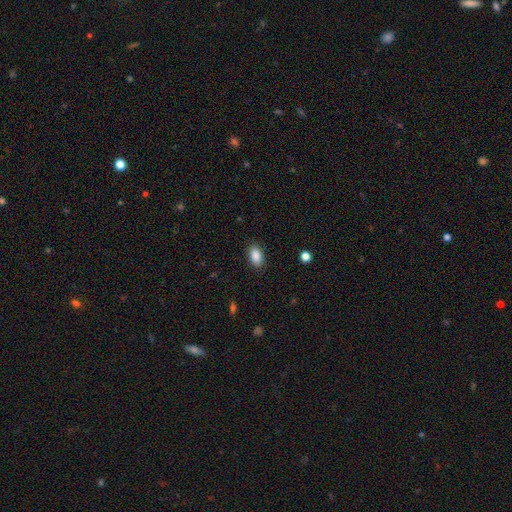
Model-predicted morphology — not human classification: A smooth galaxy with no disk features (89%) that is in between round and cigar-shaped (92%).

Vote fractions:
- Smooth or featured? smooth: 89% / star or artifact: 7% / featured or disk: 4%
- How rounded? in between: 92% / round: 5% / cigar-shaped: 2%
- Merging? none: 88% / minor disturbance: 9% / major disturbance: 2% / merger: 1%